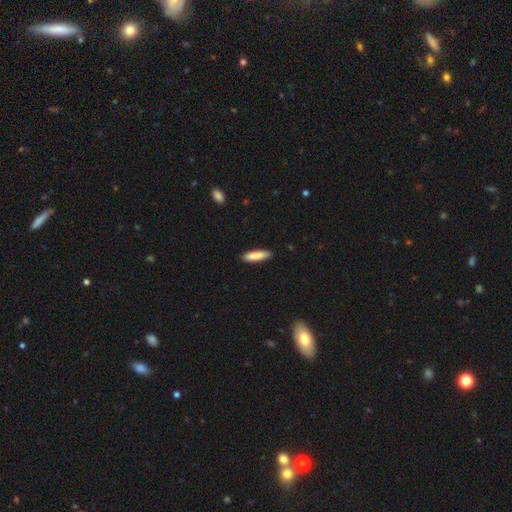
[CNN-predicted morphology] Overall: smooth (87%). How rounded: cigar-shaped (72%). Merging: none (90%).